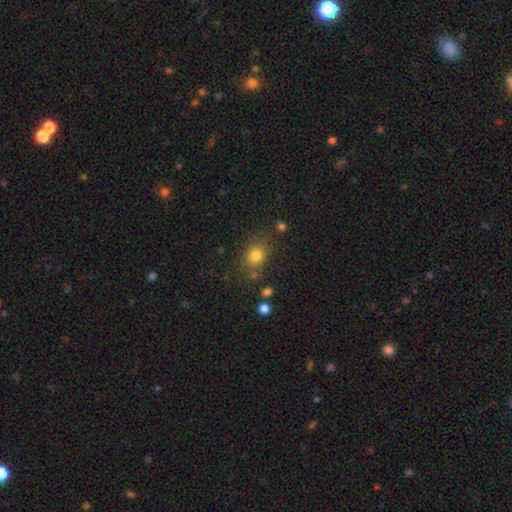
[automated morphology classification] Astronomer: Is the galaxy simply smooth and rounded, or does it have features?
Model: smooth — 79%.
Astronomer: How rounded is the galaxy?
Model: round — 57% (runner-up: in between, 42%).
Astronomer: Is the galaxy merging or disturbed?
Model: none — 75%.